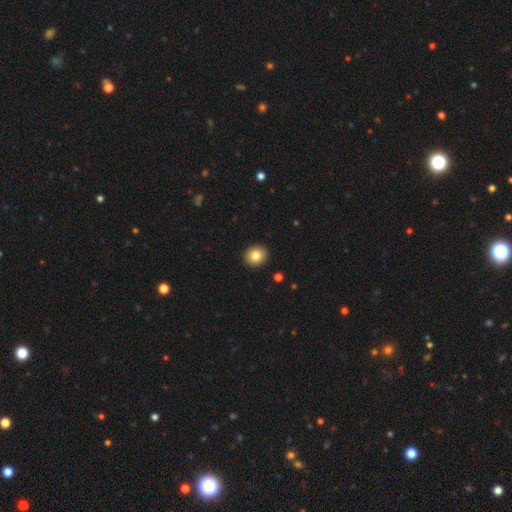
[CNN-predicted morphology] type=smooth (82%); roundness=round (84%); merging=none (92%).